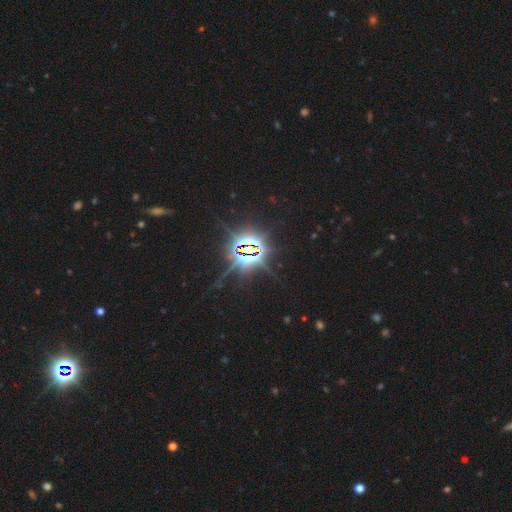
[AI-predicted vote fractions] Q: Smooth or featured?
A: star or artifact (86%); runner-up: featured or disk (8%)